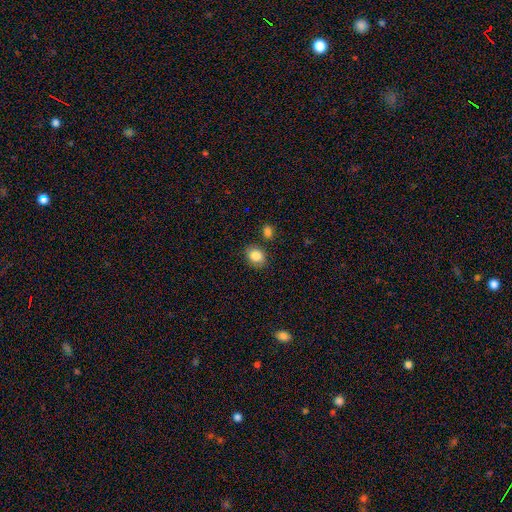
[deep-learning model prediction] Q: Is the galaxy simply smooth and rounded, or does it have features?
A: smooth — 86%.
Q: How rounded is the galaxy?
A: in between — 51%.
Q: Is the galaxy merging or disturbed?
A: none — 78%.